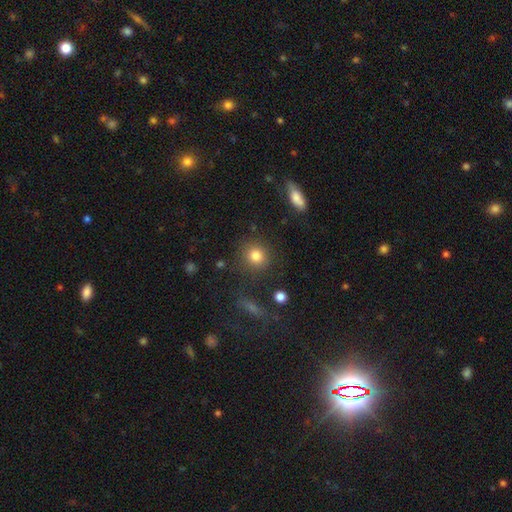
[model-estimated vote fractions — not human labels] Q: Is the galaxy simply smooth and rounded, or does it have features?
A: smooth — 81%.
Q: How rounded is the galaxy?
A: round — 86%.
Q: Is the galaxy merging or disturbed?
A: none — 83%.